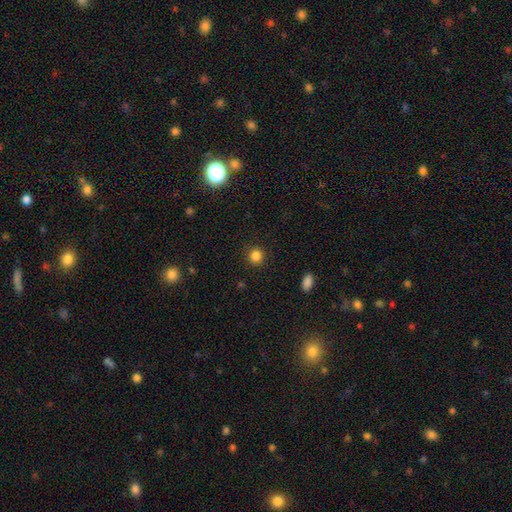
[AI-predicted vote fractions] Smooth or featured? Predicted: smooth (p=0.84). How rounded? Predicted: round (p=0.90). Merging? Predicted: none (p=0.90).